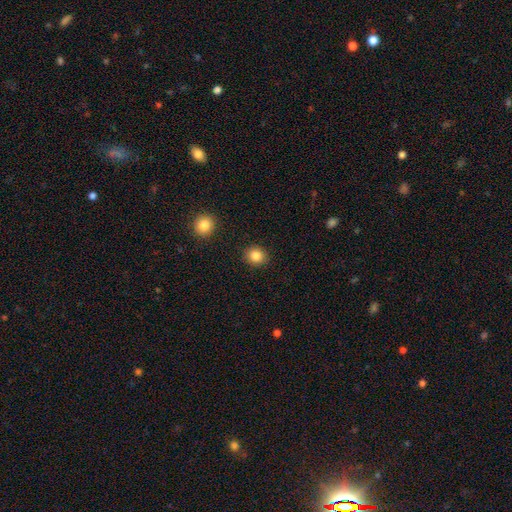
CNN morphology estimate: Smooth or featured? Predicted: smooth (p=0.85). How rounded? Predicted: round (p=0.78). Merging? Predicted: none (p=0.90).